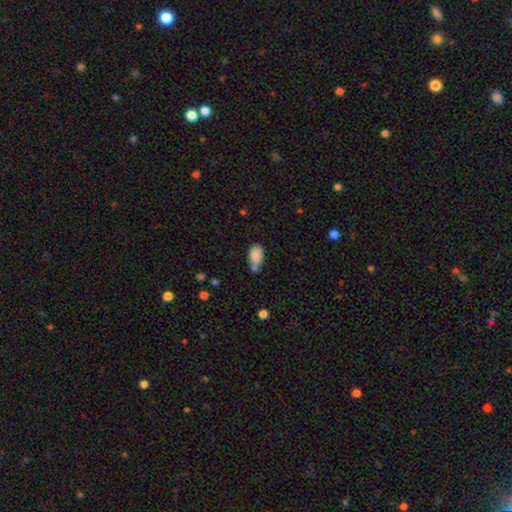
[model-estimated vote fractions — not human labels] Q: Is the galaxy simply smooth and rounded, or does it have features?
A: smooth — 85%.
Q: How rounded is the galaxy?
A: in between — 89%.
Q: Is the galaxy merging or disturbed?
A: none — 43%.